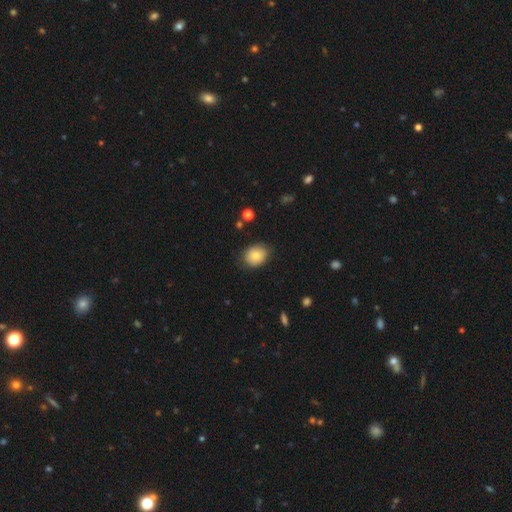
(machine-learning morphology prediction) Overall: smooth (78%). How rounded: round (50%, tied with in between). Merging: none (78%).